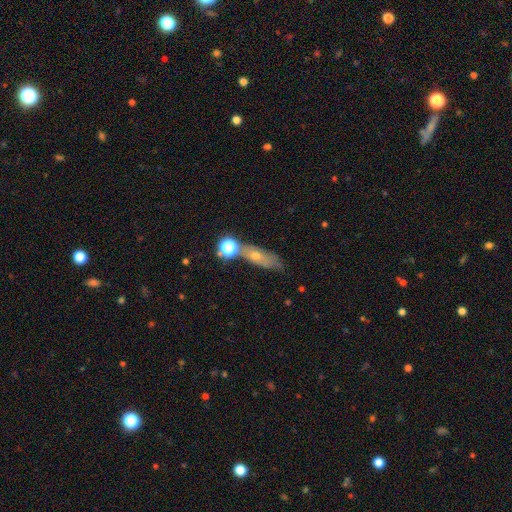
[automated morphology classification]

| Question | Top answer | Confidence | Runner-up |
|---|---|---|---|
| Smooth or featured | smooth | 48% | featured or disk (33%) |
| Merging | none | 54% | minor disturbance (19%) |